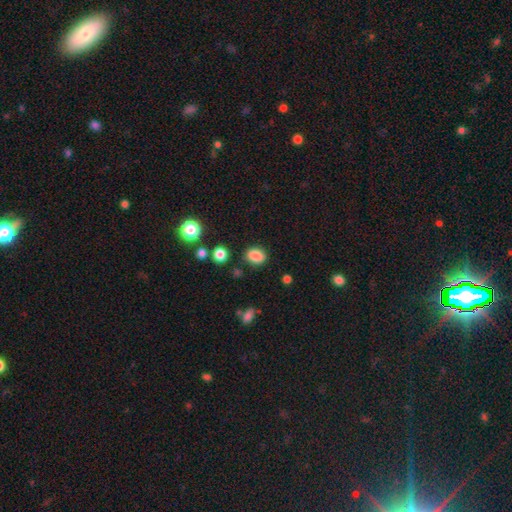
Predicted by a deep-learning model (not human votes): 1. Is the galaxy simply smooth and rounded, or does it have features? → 85% smooth, 11% star or artifact, 4% featured or disk.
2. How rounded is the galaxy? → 62% in between, 37% round, 1% cigar-shaped.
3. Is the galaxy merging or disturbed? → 83% none, 11% minor disturbance, 3% major disturbance, 3% merger.